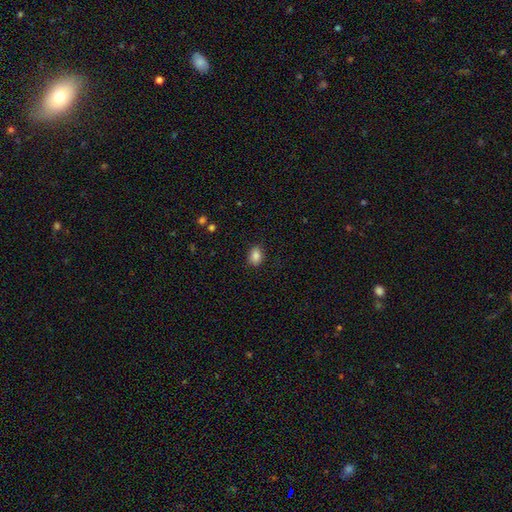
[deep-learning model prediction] Morphology: type=smooth (85%); roundness=in between (65%); merging=none (85%).